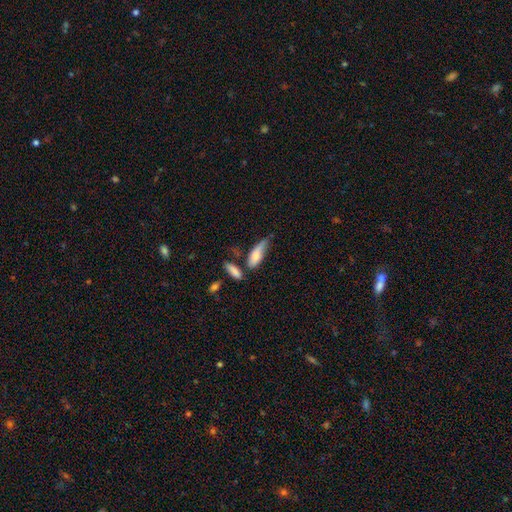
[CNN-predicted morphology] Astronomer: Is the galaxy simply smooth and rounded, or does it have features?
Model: smooth — 71%.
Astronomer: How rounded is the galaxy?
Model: in between — 62%.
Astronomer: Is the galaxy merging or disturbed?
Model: none — 35% (runner-up: minor disturbance, 33%).